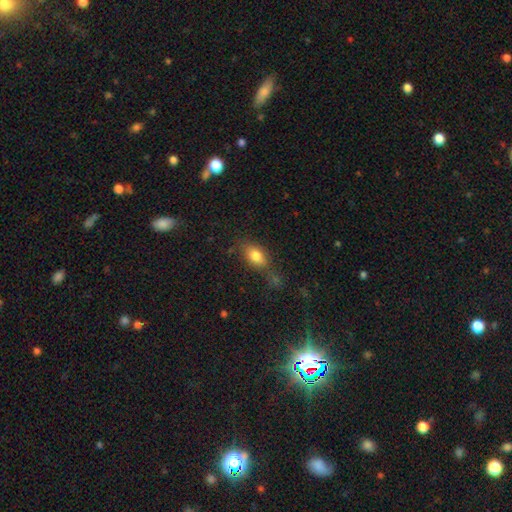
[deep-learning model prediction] smooth-or-featured: smooth: 79% | featured or disk: 11% | star or artifact: 10%
  how-rounded: in between: 81% | round: 14% | cigar-shaped: 5%
  merging: none: 58% | minor disturbance: 21% | merger: 11% | major disturbance: 10%